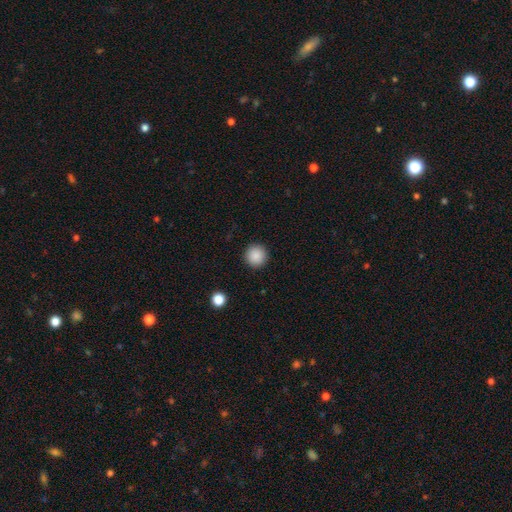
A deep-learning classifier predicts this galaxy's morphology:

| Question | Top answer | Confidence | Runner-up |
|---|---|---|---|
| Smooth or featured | smooth | 88% | star or artifact (9%) |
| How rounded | round | 95% | in between (4%) |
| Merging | none | 93% | minor disturbance (5%) |